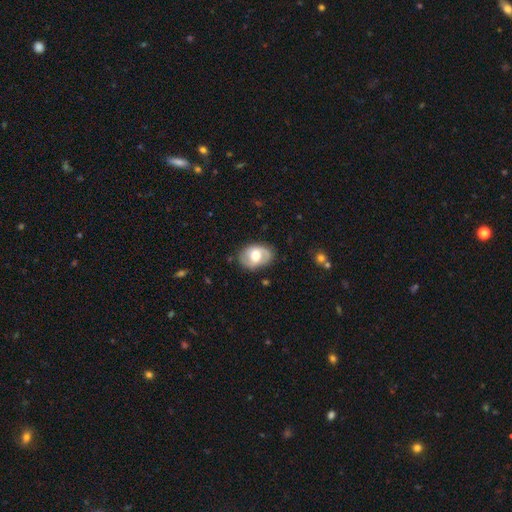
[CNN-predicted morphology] smooth-or-featured: featured or disk: 48% | smooth: 46% | star or artifact: 7%
  merging: none: 78% | minor disturbance: 16% | major disturbance: 5% | merger: 1%